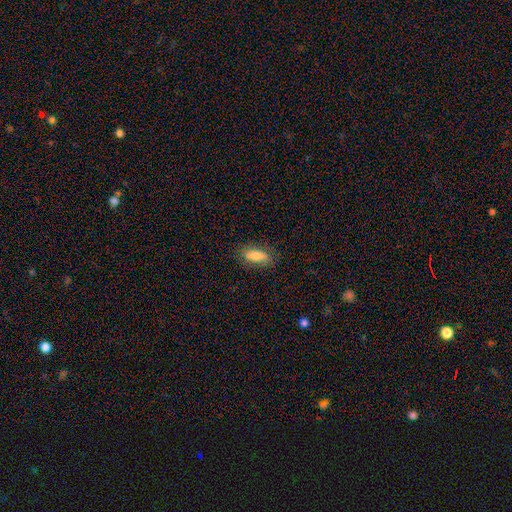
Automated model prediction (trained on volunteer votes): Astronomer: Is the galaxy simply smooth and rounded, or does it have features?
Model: smooth — 71%.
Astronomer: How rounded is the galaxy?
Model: in between — 75%.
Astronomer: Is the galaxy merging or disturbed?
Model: none — 80%.